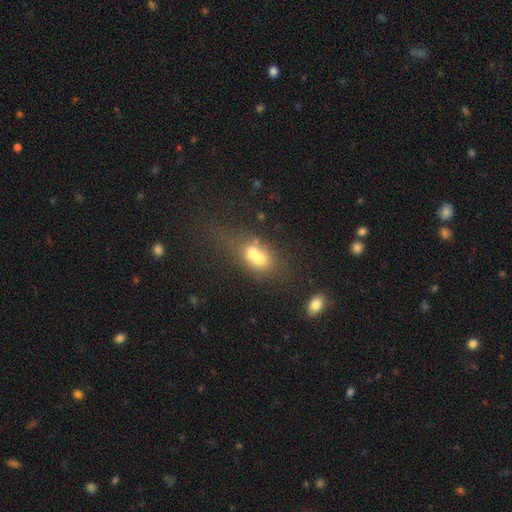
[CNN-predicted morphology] smooth-or-featured: smooth: 61% | featured or disk: 26% | star or artifact: 13%
  how-rounded: in between: 63% | round: 32% | cigar-shaped: 5%
  merging: merger: 58% | none: 21% | minor disturbance: 11% | major disturbance: 10%